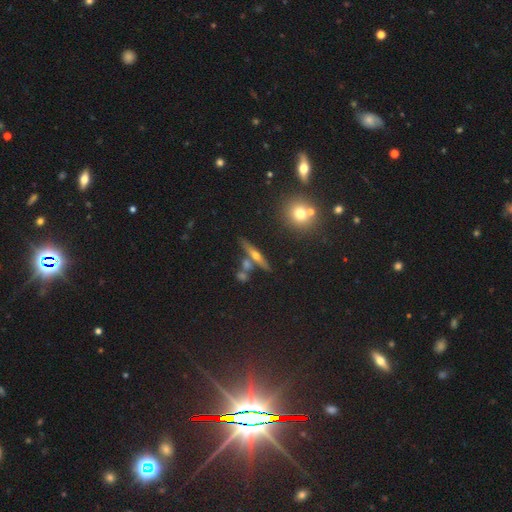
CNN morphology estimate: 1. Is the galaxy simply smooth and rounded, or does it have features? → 62% featured or disk, 28% smooth, 10% star or artifact.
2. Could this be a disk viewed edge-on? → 93% yes, 7% no.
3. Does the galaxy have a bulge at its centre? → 90% rounded, 6% none, 4% boxy.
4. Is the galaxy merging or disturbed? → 74% none, 13% merger, 10% minor disturbance, 3% major disturbance.